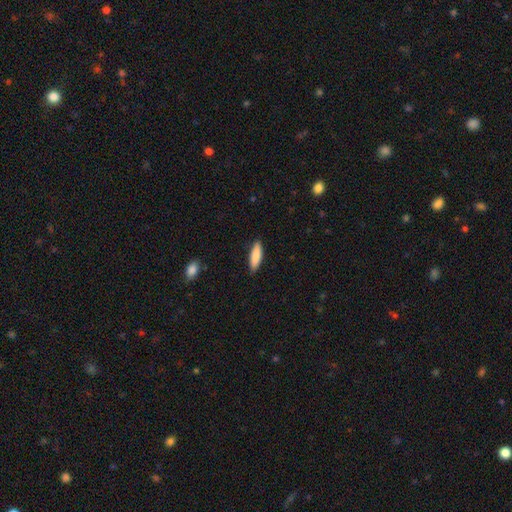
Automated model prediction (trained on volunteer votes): Smooth or featured: smooth — 85% (featured or disk — 9%)
How rounded: cigar-shaped — 61% (in between — 37%)
Merging: none — 88% (minor disturbance — 9%)